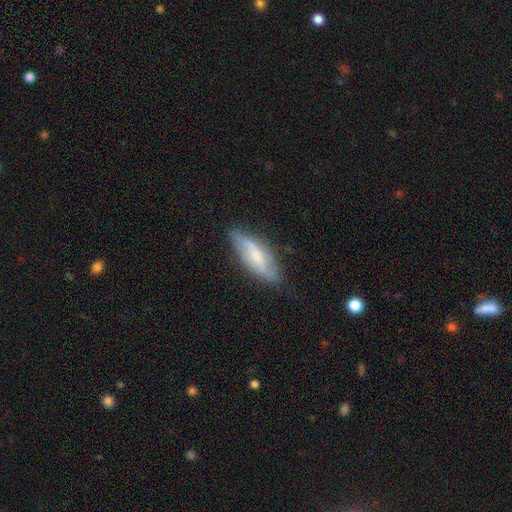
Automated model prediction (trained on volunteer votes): smooth-or-featured: featured or disk: 51% | smooth: 43% | star or artifact: 7%
  disk-edge-on: no: 60% | yes: 40%
  merging: none: 75% | minor disturbance: 20% | major disturbance: 4% | merger: 2%